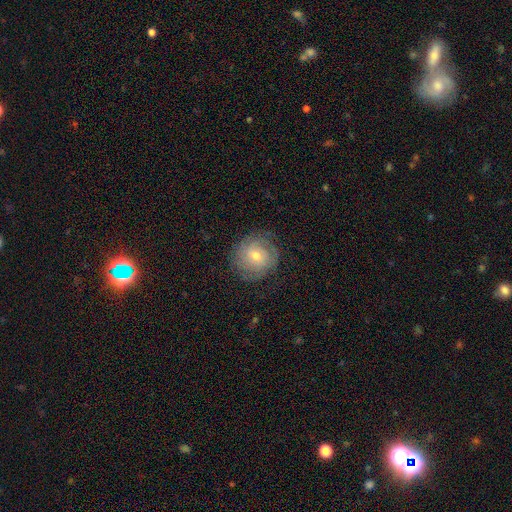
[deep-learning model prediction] Morphology: type=featured or disk (52%); edge-on=no (96%); bar=no (66%); spiral arms=yes (76%); bulge=moderate (51%); merging=none (77%).